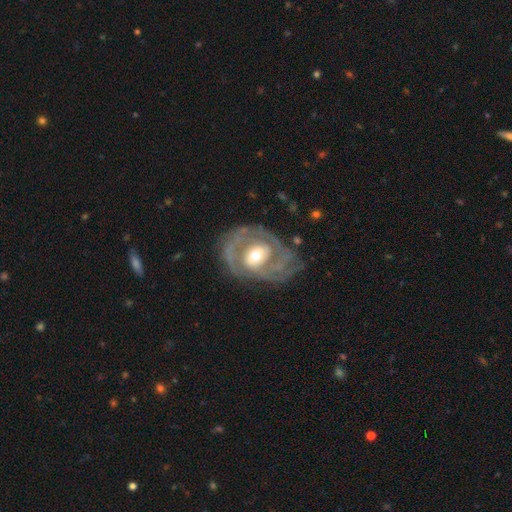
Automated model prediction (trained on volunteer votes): Morphology: type=featured or disk (81%); edge-on=no (96%); bar=no (48%); spiral arms=yes (77%); winding=tight (53%); arm count=2 (40%); bulge=moderate (63%); merging=none (61%).